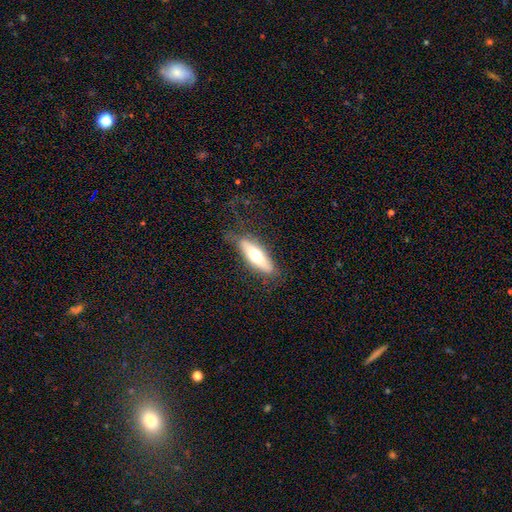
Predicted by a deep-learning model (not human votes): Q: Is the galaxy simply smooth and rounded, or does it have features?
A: smooth — 55%.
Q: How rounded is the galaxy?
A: cigar-shaped — 54%.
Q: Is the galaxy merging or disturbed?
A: none — 74%.